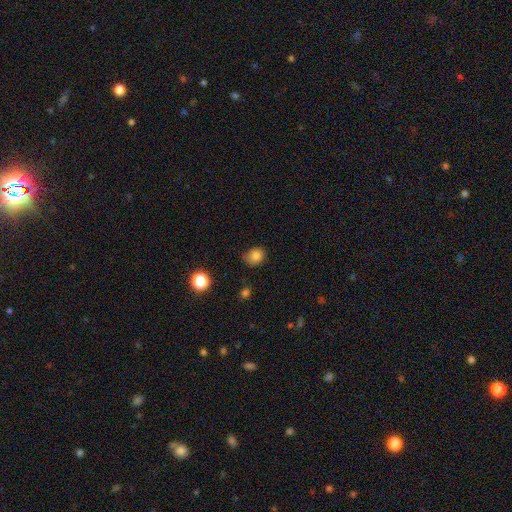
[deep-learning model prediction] A smooth galaxy with no disk features (80%) that is round (68%).

Vote fractions:
- Smooth or featured? smooth: 80% / star or artifact: 13% / featured or disk: 7%
- How rounded? round: 68% / in between: 31% / cigar-shaped: 1%
- Merging? none: 66% / minor disturbance: 26% / major disturbance: 5% / merger: 2%